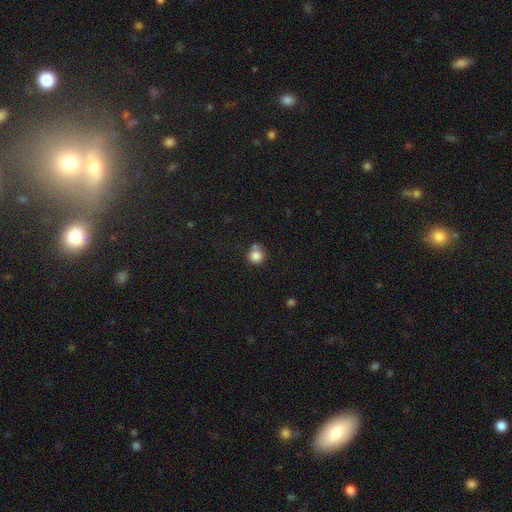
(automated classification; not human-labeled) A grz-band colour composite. It shows a smooth galaxy with no disk features (83%) that is round (87%). Merging: none (58%).